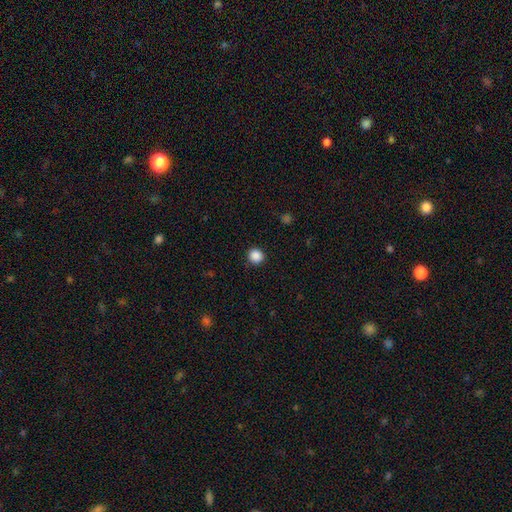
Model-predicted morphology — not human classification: This appears to be a smooth galaxy with no disk features (87%) that is round (92%). Merging: none (91%).